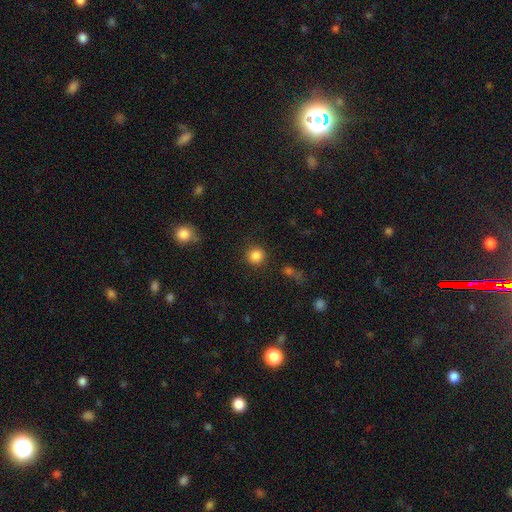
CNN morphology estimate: This is clearly a smooth galaxy (85%). How rounded: clearly round (93%). Merging: clearly none (86%).